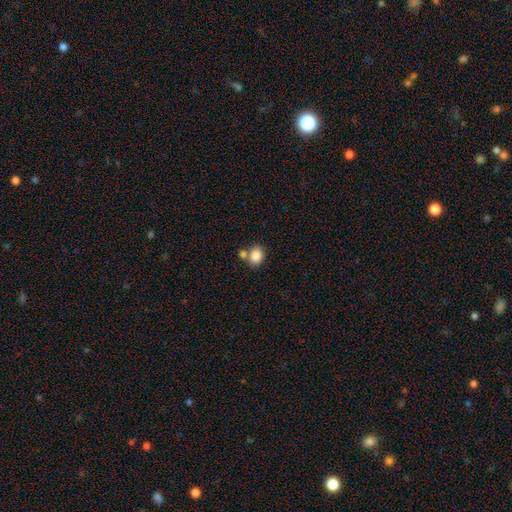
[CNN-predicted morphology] smooth 85%, star or artifact 9%, featured or disk 6%. Down the decision tree: how rounded — round (56%); merging — none (58%).